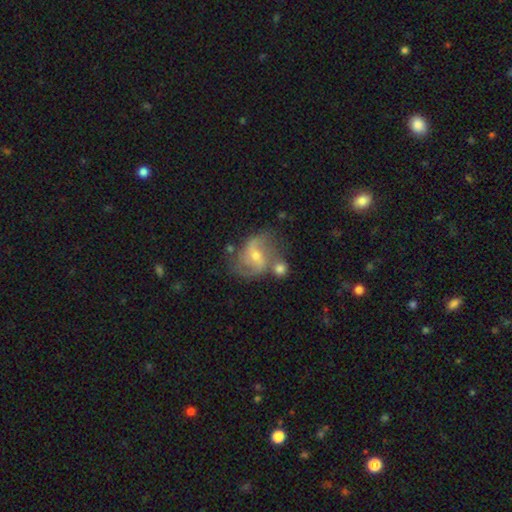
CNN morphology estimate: featured or disk 80%, smooth 13%, star or artifact 7%. Down the decision tree: edge-on disk — no (97%); bar — weak (50%); spiral arms — yes (93%); spiral arm count — 2 (81%); spiral winding — medium (44%); bulge size — small (51%); merging — none (51%).